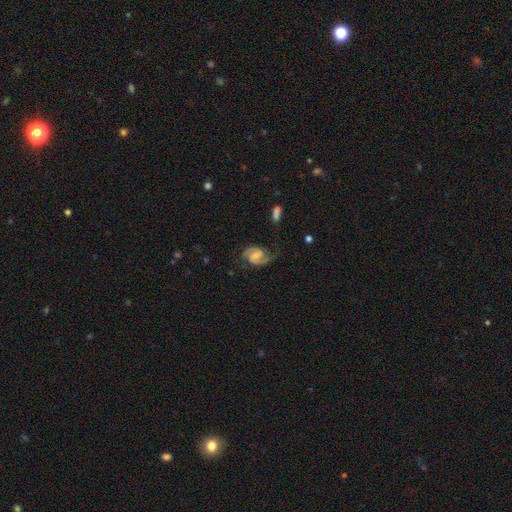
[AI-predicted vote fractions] Smooth or featured: featured or disk — 88% (smooth — 7%)
Edge-on disk: no — 98% (yes — 2%)
Bar: weak — 49% (no — 38%)
Spiral arms: yes — 98% (no — 2%)
Spiral winding: medium — 54% (tight — 28%)
Spiral arm count: 2 — 91% (can't tell — 3%)
Bulge size: small — 49% (moderate — 34%)
Merging: none — 71% (minor disturbance — 18%)